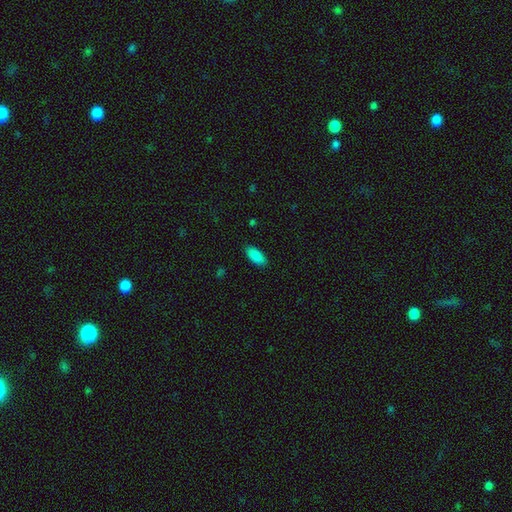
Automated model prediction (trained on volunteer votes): The model was most divided on "merging": none: 87%, minor disturbance: 9%, major disturbance: 2%, merger: 1%. More confident: smooth or featured — smooth (89%); how rounded — in between (89%).